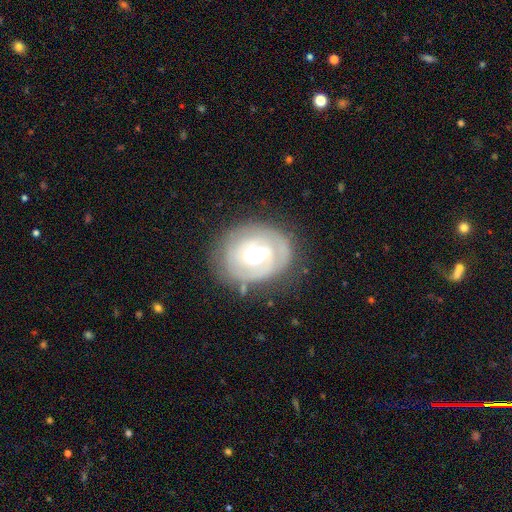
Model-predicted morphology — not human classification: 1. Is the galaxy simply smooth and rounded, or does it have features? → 76% featured or disk, 18% smooth, 6% star or artifact.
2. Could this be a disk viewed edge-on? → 97% no, 3% yes.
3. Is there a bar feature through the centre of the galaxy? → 46% weak, 29% no, 25% strong.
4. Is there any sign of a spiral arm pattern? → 76% yes, 24% no.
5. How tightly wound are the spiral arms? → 68% tight, 24% medium, 9% loose.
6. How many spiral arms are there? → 45% 2, 31% can't tell, 12% 1, 7% 3, 3% 4, 2% more than 4.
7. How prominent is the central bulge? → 65% moderate, 21% large, 11% small, 2% dominant, 1% none.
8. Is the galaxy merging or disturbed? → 72% none, 18% minor disturbance, 8% major disturbance, 2% merger.